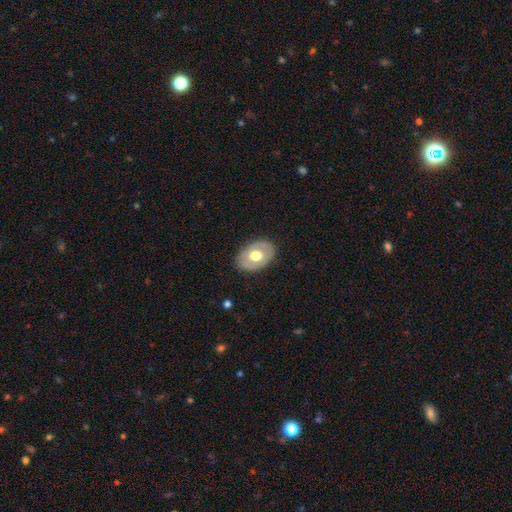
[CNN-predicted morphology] This is possibly a smooth galaxy (48%). Merging: clearly none (83%).